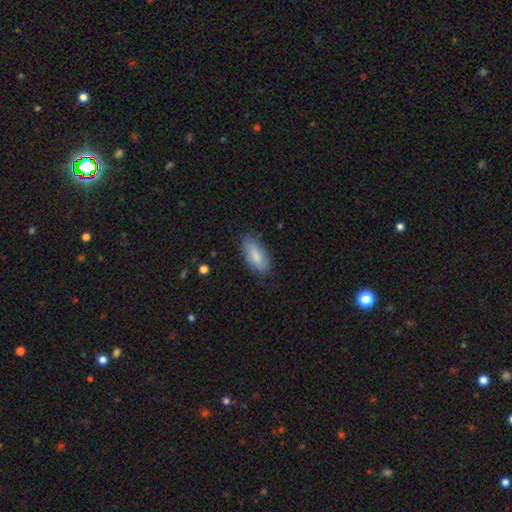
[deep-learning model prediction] This appears to be a smooth galaxy with no disk features (82%) that is in between round and cigar-shaped (82%). Merging: none (80%).